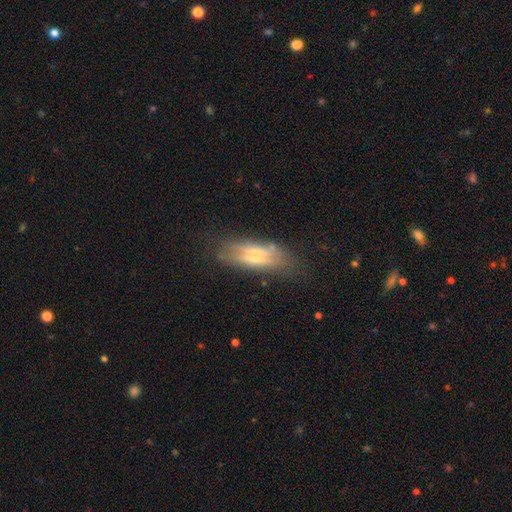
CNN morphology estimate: smooth 46%, featured or disk 45%, star or artifact 9%. Down the decision tree: merging — none (64%).